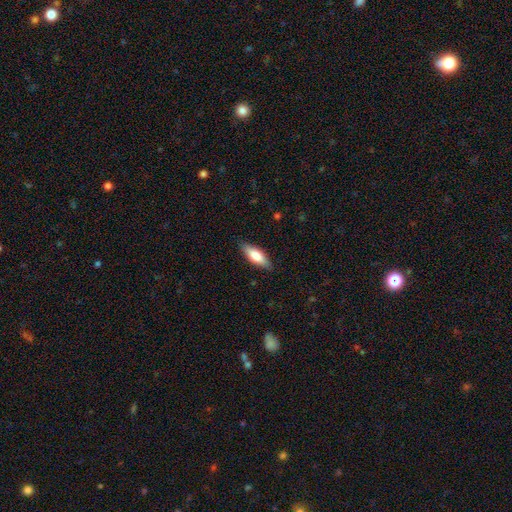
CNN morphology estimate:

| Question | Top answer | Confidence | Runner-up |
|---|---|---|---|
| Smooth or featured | smooth | 77% | featured or disk (18%) |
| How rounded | in between | 67% | cigar-shaped (31%) |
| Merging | none | 85% | minor disturbance (12%) |